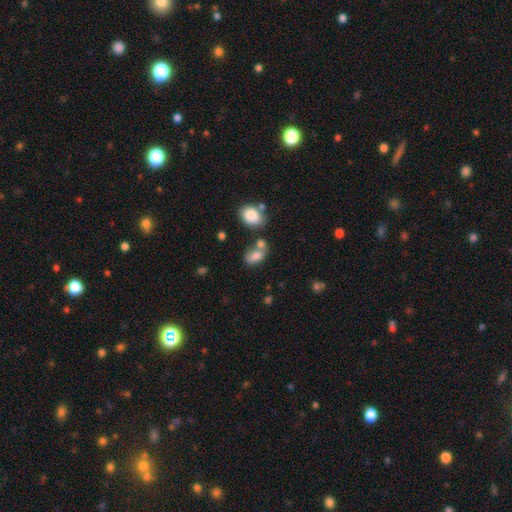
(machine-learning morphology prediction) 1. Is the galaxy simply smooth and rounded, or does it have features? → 76% smooth, 13% featured or disk, 11% star or artifact.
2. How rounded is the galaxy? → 81% in between, 17% round, 2% cigar-shaped.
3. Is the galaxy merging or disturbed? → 38% none (tied), 38% merger (tied), 16% minor disturbance, 8% major disturbance.